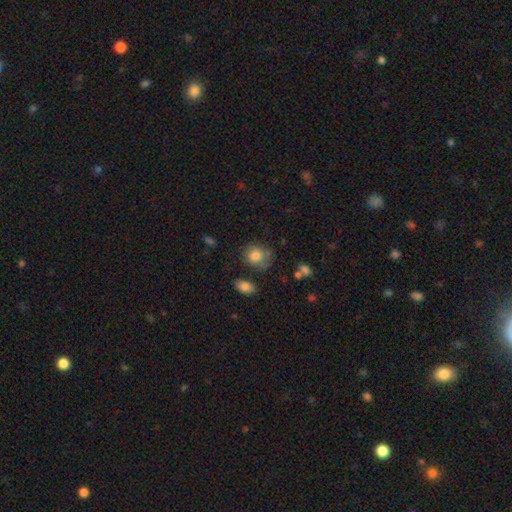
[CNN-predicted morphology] Smooth or featured: smooth — 79% (featured or disk — 12%)
How rounded: round — 69% (in between — 30%)
Merging: none — 55% (minor disturbance — 27%)